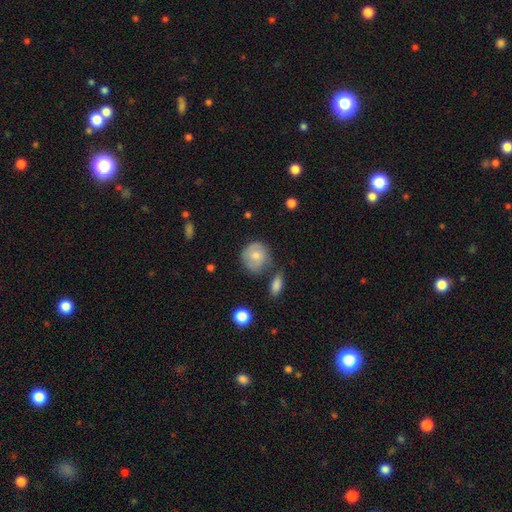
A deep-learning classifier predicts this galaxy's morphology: A smooth galaxy with no disk features (68%) that is round (83%).

Vote fractions:
- Smooth or featured? smooth: 68% / featured or disk: 25% / star or artifact: 7%
- How rounded? round: 83% / in between: 16% / cigar-shaped: 1%
- Merging? none: 60% / minor disturbance: 24% / merger: 9% / major disturbance: 7%